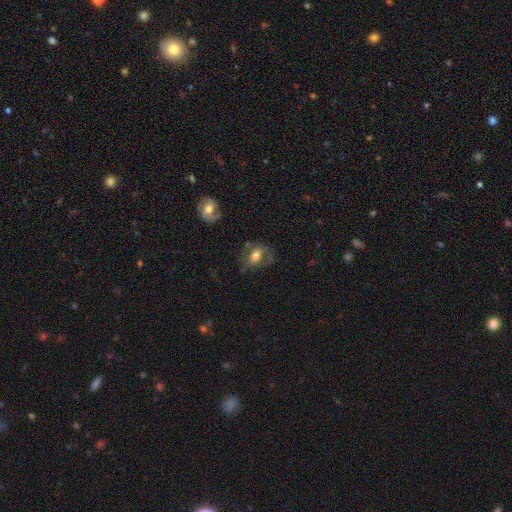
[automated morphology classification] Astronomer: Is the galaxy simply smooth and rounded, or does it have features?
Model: smooth — 53% (runner-up: featured or disk, 38%).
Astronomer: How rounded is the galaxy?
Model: in between — 77%.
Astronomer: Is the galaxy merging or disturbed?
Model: none — 55%.